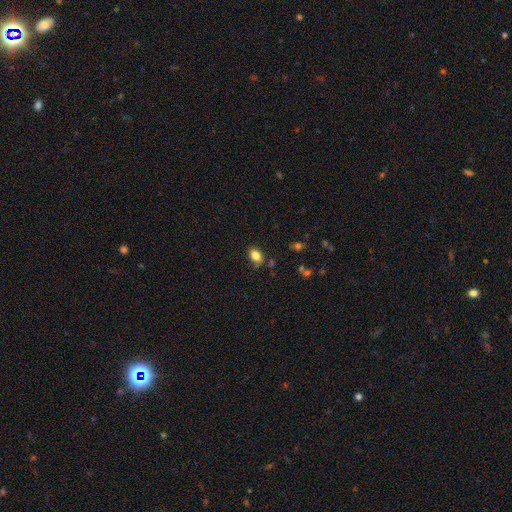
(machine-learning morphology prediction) Smooth or featured? smooth (82%)
How rounded? in between (79%)
Merging? none (71%)